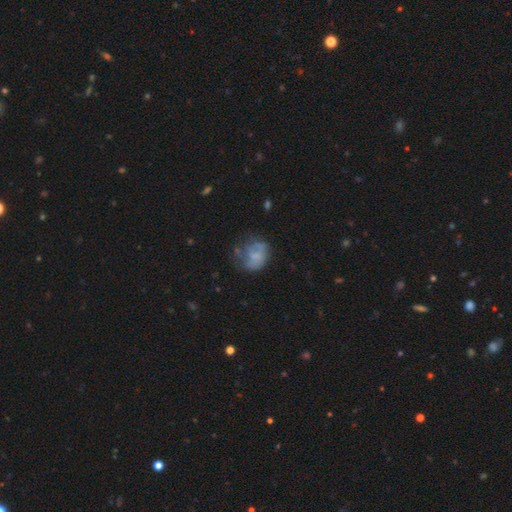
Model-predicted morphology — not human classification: smooth_or_featured: smooth (p=0.52) [alt: featured or disk p=0.37]
how_rounded: round (p=0.58) [alt: in between p=0.41]
merging: none (p=0.41) [alt: minor disturbance p=0.28]